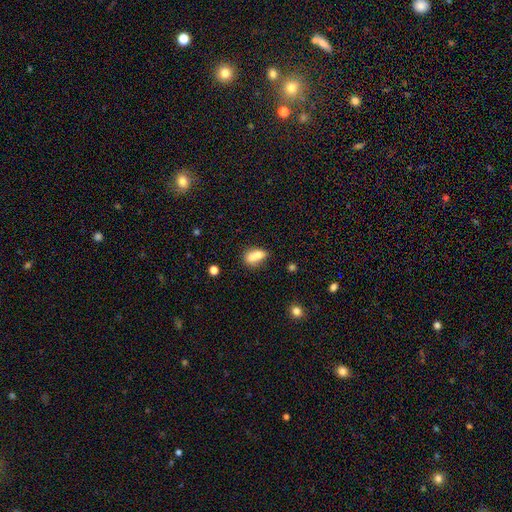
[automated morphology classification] A smooth galaxy with no disk features (71%) that is in between round and cigar-shaped (69%).

Vote fractions:
- Smooth or featured? smooth: 71% / featured or disk: 19% / star or artifact: 10%
- How rounded? in between: 69% / round: 26% / cigar-shaped: 5%
- Merging? merger: 59% / none: 26% / minor disturbance: 11% / major disturbance: 5%